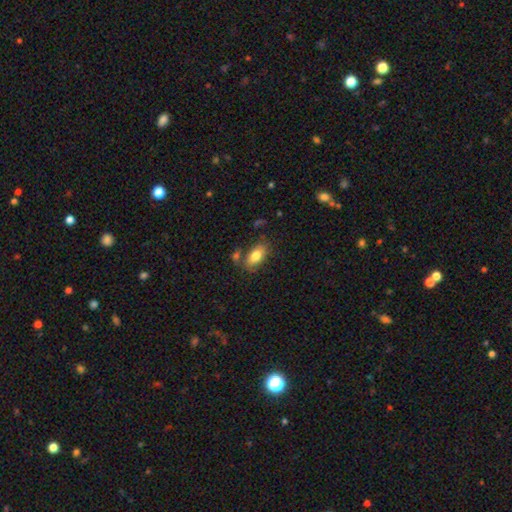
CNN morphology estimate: This is clearly a smooth galaxy (80%). How rounded: clearly in between (90%). Merging: likely none (72%).